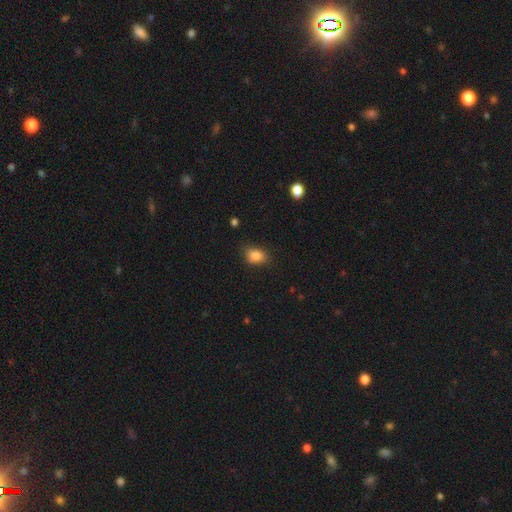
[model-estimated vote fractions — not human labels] Smooth or featured?
  - smooth: 85% *
  - star or artifact: 9%
  - featured or disk: 6%
How rounded?
  - in between: 69% *
  - round: 29%
  - cigar-shaped: 1%
Merging?
  - none: 74% *
  - minor disturbance: 20%
  - major disturbance: 4%
  - merger: 1%